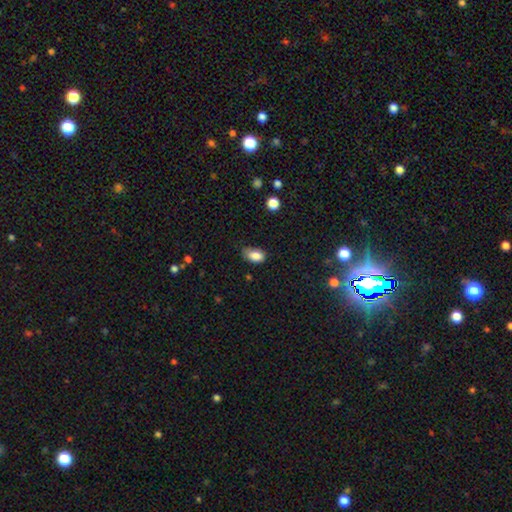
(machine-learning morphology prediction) The model was most divided on "merging": none: 58%, minor disturbance: 34%, major disturbance: 6%, merger: 2%. More confident: how rounded — in between (90%); smooth or featured — smooth (85%).